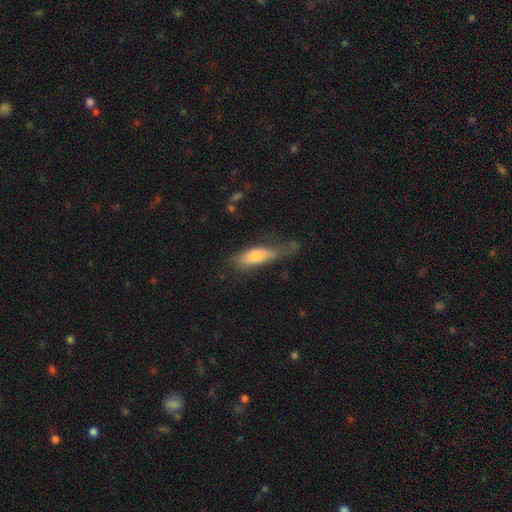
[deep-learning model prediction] This appears to be a smooth galaxy with no disk features (71%) that is in between round and cigar-shaped (56%). Merging: none (40%).